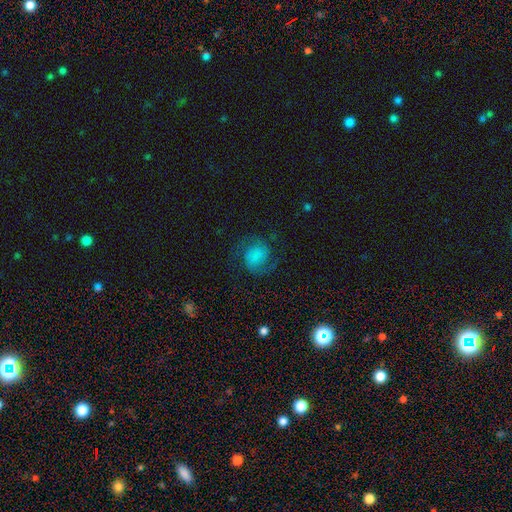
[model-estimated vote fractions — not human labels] smooth-or-featured: featured or disk: 75% | smooth: 16% | star or artifact: 8%
  disk-edge-on: no: 98% | yes: 2%
    bar: no: 52% | weak: 38% | strong: 10%
    has-spiral-arms: yes: 96% | no: 4%
      spiral-winding: medium: 56% | loose: 24% | tight: 21%
      spiral-arm-count: 2: 93% | can't tell: 2% | 1: 1% | 3: 1% | 4: 1% | more than 4: 1%
    bulge-size: none: 47% | small: 21% | moderate: 15% | large: 12% | dominant: 4%
  merging: none: 77% | minor disturbance: 13% | major disturbance: 8% | merger: 1%